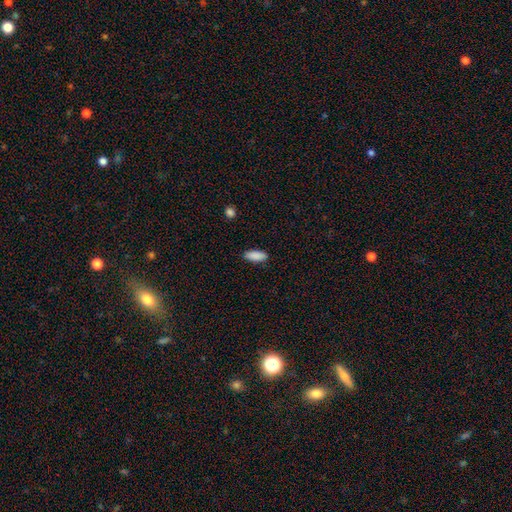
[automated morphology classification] This is clearly a smooth galaxy (89%). How rounded: likely in between (76%). Merging: clearly none (88%).